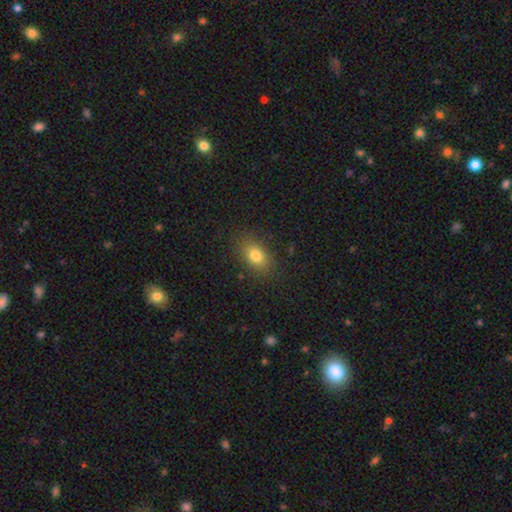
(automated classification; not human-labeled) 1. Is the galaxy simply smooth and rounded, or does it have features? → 79% smooth, 11% star or artifact, 10% featured or disk.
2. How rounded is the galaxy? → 80% in between, 17% round, 3% cigar-shaped.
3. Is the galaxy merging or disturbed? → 84% none, 11% minor disturbance, 4% major disturbance, 1% merger.